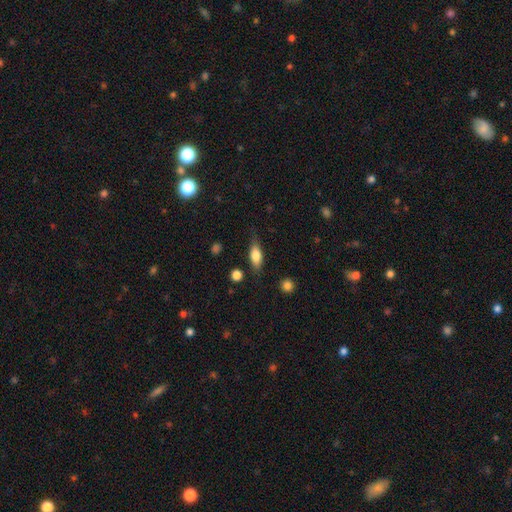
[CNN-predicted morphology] A smooth galaxy with no disk features (73%) that is in between round and cigar-shaped (75%).

Vote fractions:
- Smooth or featured? smooth: 73% / featured or disk: 20% / star or artifact: 7%
- How rounded? in between: 75% / cigar-shaped: 20% / round: 5%
- Merging? none: 73% / minor disturbance: 19% / major disturbance: 5% / merger: 2%